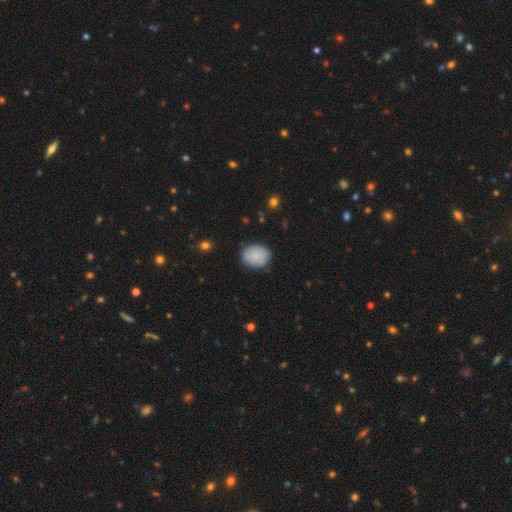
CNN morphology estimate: smooth-or-featured: smooth: 82% | featured or disk: 11% | star or artifact: 7%
  how-rounded: in between: 58% | round: 41% | cigar-shaped: 1%
  merging: none: 79% | minor disturbance: 16% | major disturbance: 4% | merger: 1%